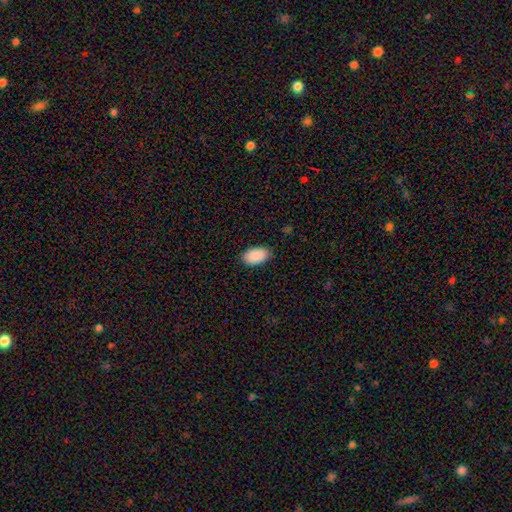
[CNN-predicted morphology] Q: Smooth or featured?
A: smooth (91%); runner-up: star or artifact (6%)
Q: How rounded?
A: in between (95%); runner-up: round (3%)
Q: Merging?
A: none (86%); runner-up: minor disturbance (11%)